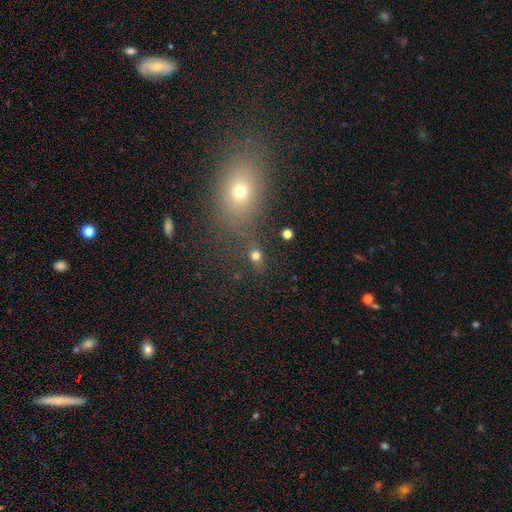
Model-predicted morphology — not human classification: Smooth or featured? Predicted: smooth (p=0.71). How rounded? Predicted: round (p=0.59). Merging? Predicted: none (p=0.63).